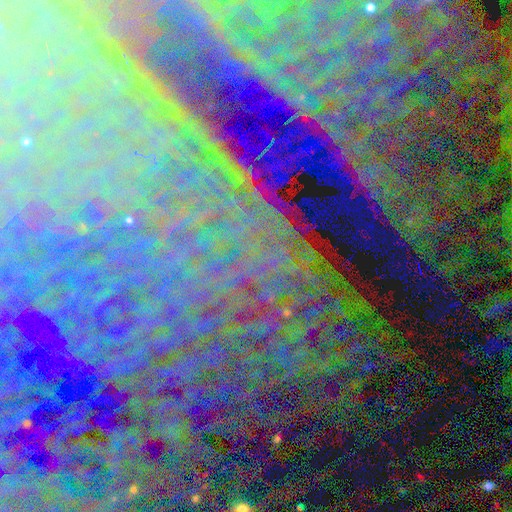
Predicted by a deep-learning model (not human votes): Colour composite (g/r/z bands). It shows a star or artifact, not a galaxy (82%).